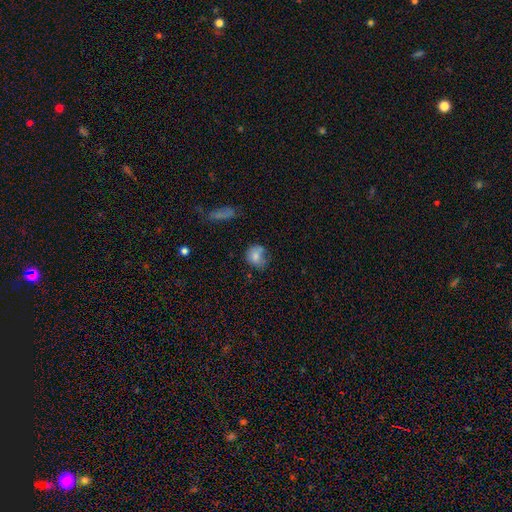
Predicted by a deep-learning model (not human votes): Smooth or featured?
  - smooth: 77% *
  - featured or disk: 13%
  - star or artifact: 9%
How rounded?
  - round: 68% *
  - in between: 31%
  - cigar-shaped: 1%
Merging?
  - none: 51% *
  - minor disturbance: 30%
  - major disturbance: 12%
  - merger: 8%